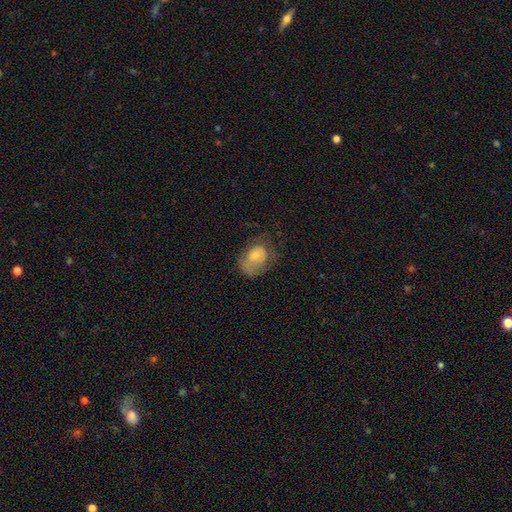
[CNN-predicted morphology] Smooth or featured? Predicted: smooth (p=0.65). How rounded? Predicted: in between (p=0.70). Merging? Predicted: none (p=0.39).